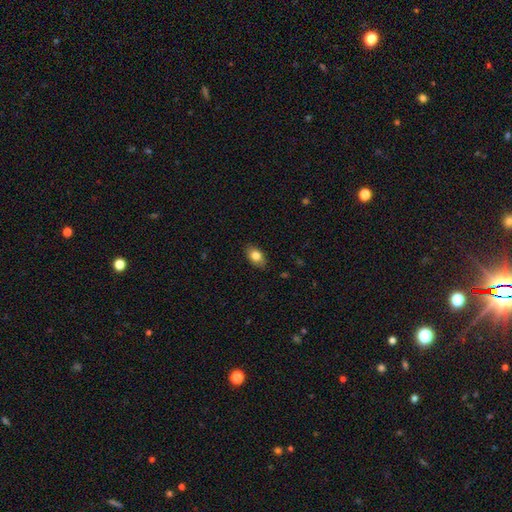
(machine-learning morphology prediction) Smooth or featured? smooth (83%)
How rounded? in between (85%)
Merging? none (86%)